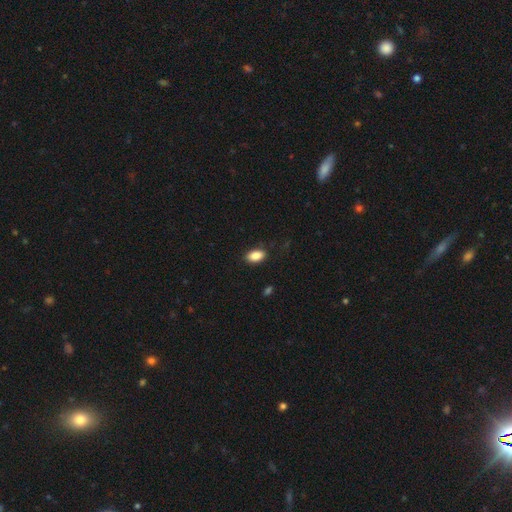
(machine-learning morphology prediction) This is clearly a smooth galaxy (88%). How rounded: clearly in between (92%). Merging: clearly none (86%).